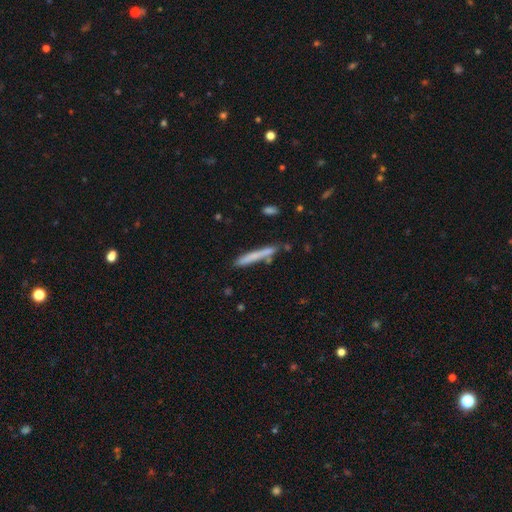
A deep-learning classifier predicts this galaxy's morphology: Smooth or featured: smooth — 67% (featured or disk — 26%)
How rounded: cigar-shaped — 95% (in between — 3%)
Merging: none — 78% (minor disturbance — 14%)